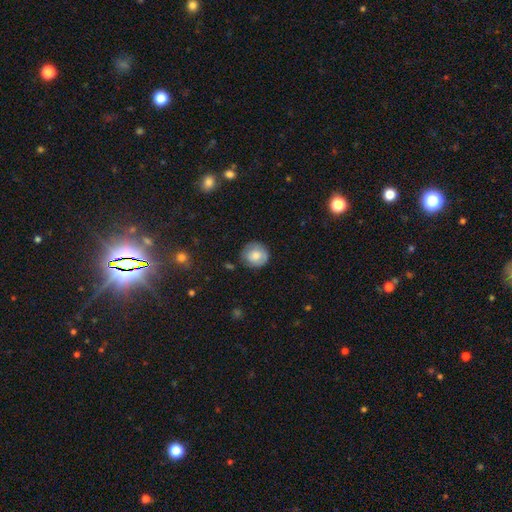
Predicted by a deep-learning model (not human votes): A smooth galaxy with no disk features (71%) that is round (90%).

Vote fractions:
- Smooth or featured? smooth: 71% / featured or disk: 21% / star or artifact: 8%
- How rounded? round: 90% / in between: 9% / cigar-shaped: 1%
- Merging? none: 78% / minor disturbance: 16% / major disturbance: 4% / merger: 2%